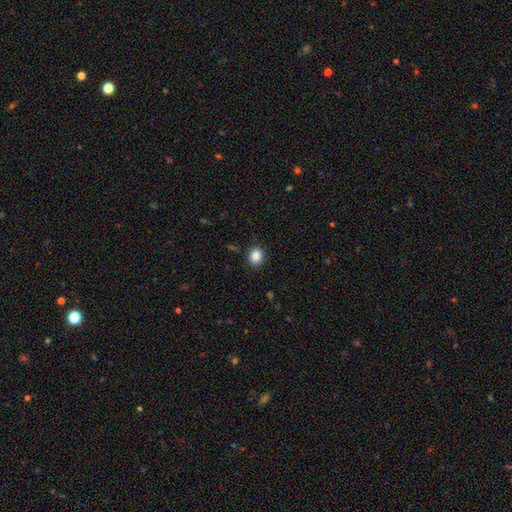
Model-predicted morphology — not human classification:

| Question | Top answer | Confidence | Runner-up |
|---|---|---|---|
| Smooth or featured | smooth | 86% | star or artifact (9%) |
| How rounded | round | 63% | in between (36%) |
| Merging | none | 89% | minor disturbance (7%) |